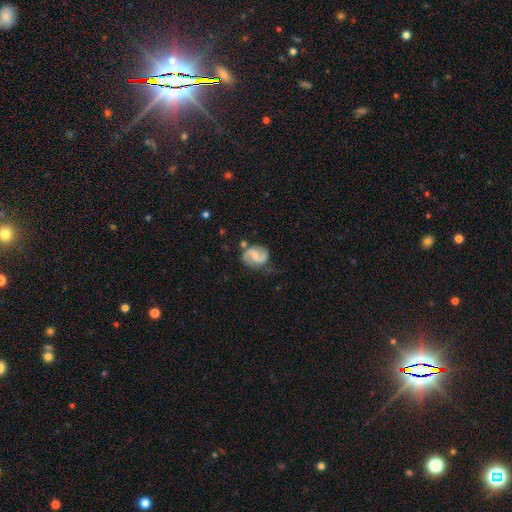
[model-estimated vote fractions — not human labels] A featured or disk galaxy (82%) with a weak bar (49%), 2 (92%) medium (48%) spiral arms (96%) and a small central bulge (48%). Merging: none (70%).